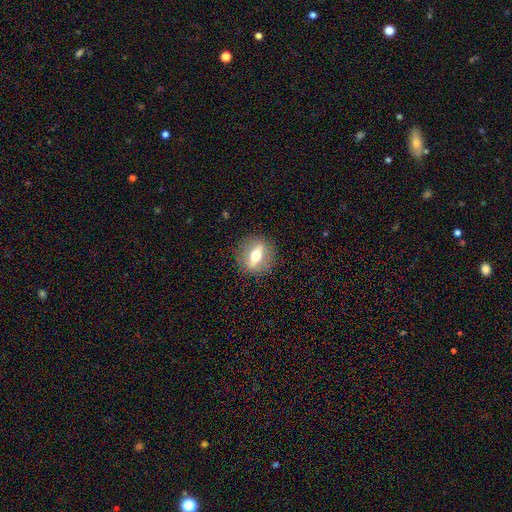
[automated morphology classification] Smooth or featured?
  - featured or disk: 57% *
  - smooth: 34%
  - star or artifact: 8%
Edge-on disk?
  - yes: 58% *
  - no: 42%
Merging?
  - none: 88% *
  - minor disturbance: 8%
  - major disturbance: 3%
  - merger: 1%